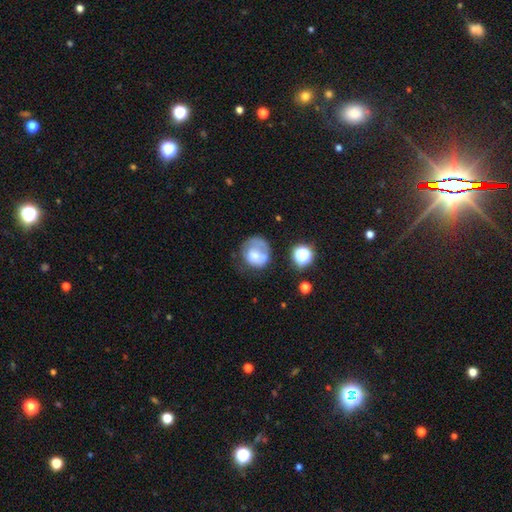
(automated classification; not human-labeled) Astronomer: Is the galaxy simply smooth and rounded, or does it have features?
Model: smooth — 57% (runner-up: featured or disk, 33%).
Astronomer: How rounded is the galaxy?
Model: round — 74%.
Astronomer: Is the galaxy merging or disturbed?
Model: none — 39% (runner-up: minor disturbance, 25%).